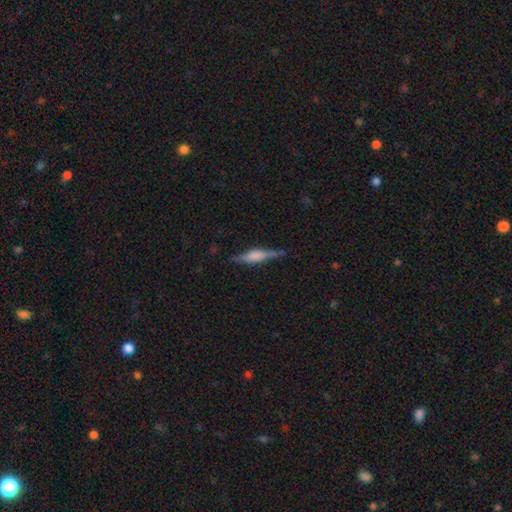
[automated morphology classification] Q: Smooth or featured?
A: featured or disk (55%); runner-up: smooth (38%)
Q: Edge-on disk?
A: yes (96%); runner-up: no (4%)
Q: Edge-on bulge?
A: rounded (45%); runner-up: boxy (43%)
Q: Merging?
A: none (77%); runner-up: minor disturbance (17%)